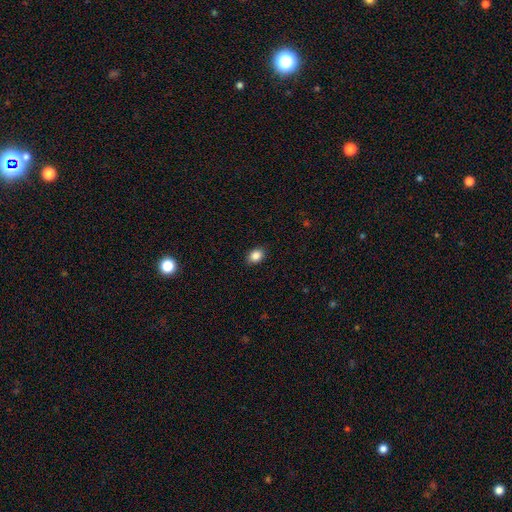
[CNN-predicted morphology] type=smooth (86%); roundness=in between (71%); merging=none (89%).